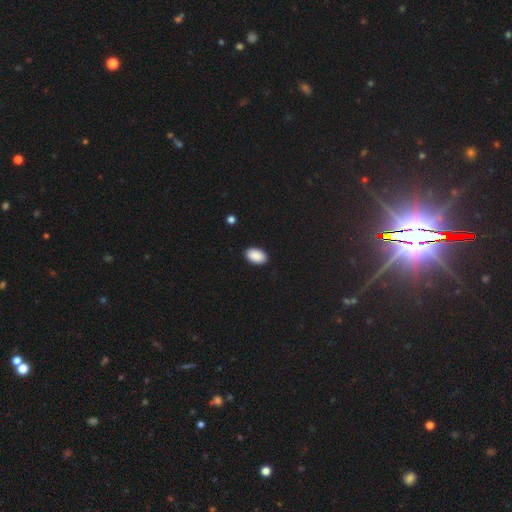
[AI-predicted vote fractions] Overall: smooth (90%). How rounded: in between (93%). Merging: none (90%).